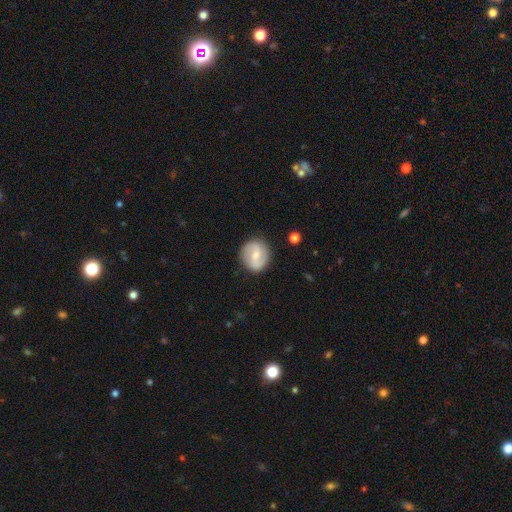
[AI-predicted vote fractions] Smooth or featured? featured or disk (61%)
Edge-on disk? no (98%)
Bar? weak (52%)
Spiral arms? yes (87%)
Spiral winding? medium (46%)
Spiral arm count? 2 (90%)
Bulge size? small (52%)
Merging? none (87%)